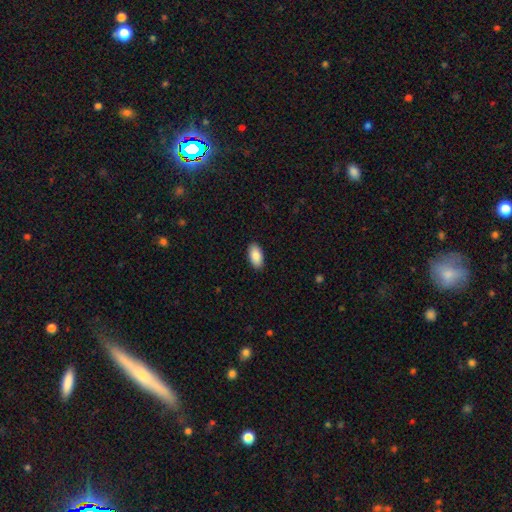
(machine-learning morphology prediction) Q: Smooth or featured?
A: smooth (89%); runner-up: star or artifact (6%)
Q: How rounded?
A: in between (94%); runner-up: cigar-shaped (4%)
Q: Merging?
A: none (90%); runner-up: minor disturbance (7%)